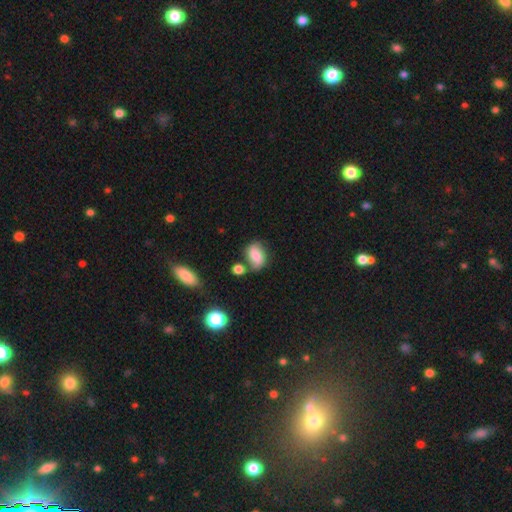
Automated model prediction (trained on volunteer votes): smooth-or-featured: smooth: 66% | featured or disk: 24% | star or artifact: 10%
  how-rounded: in between: 78% | round: 20% | cigar-shaped: 2%
  merging: none: 55% | minor disturbance: 21% | merger: 17% | major disturbance: 7%